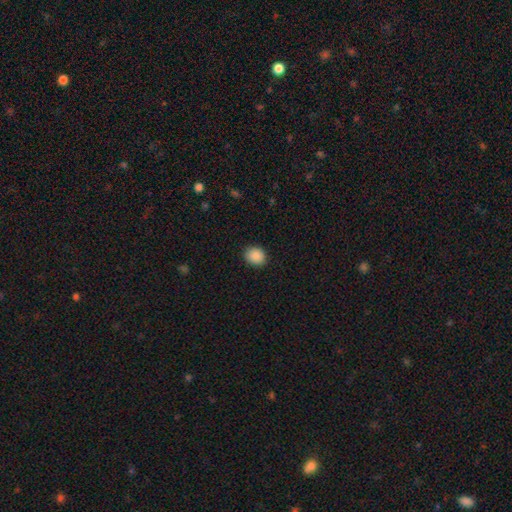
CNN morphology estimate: Q: Smooth or featured?
A: smooth (89%); runner-up: star or artifact (8%)
Q: How rounded?
A: round (68%); runner-up: in between (31%)
Q: Merging?
A: none (89%); runner-up: minor disturbance (7%)